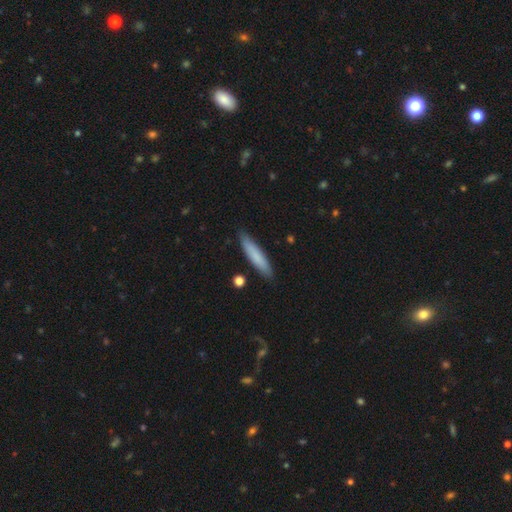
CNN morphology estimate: Smooth or featured? Predicted: smooth (p=0.77). How rounded? Predicted: cigar-shaped (p=0.87). Merging? Predicted: none (p=0.86).